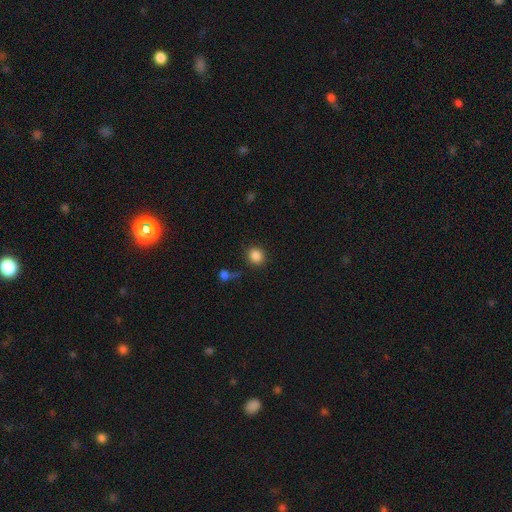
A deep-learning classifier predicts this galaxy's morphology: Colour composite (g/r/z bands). It shows a smooth galaxy with no disk features (86%) that is round (80%). Merging: none (83%).